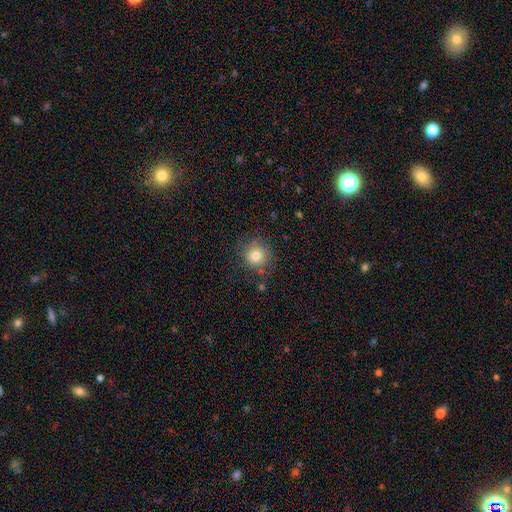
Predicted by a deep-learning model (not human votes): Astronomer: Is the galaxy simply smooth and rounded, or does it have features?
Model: smooth — 78%.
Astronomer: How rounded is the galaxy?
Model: round — 91%.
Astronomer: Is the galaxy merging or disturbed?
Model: none — 81%.